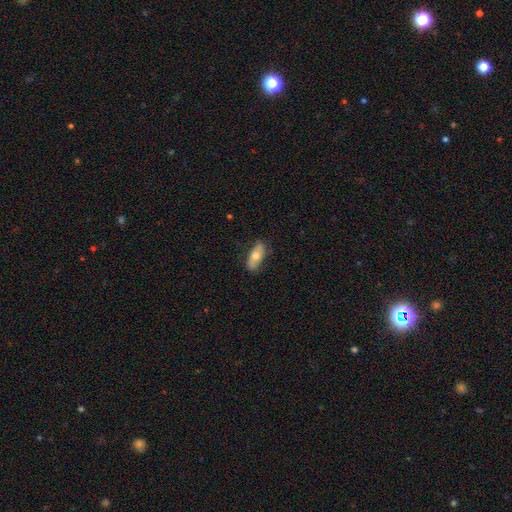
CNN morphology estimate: Smooth or featured? smooth (63%)
How rounded? in between (79%)
Merging? none (80%)